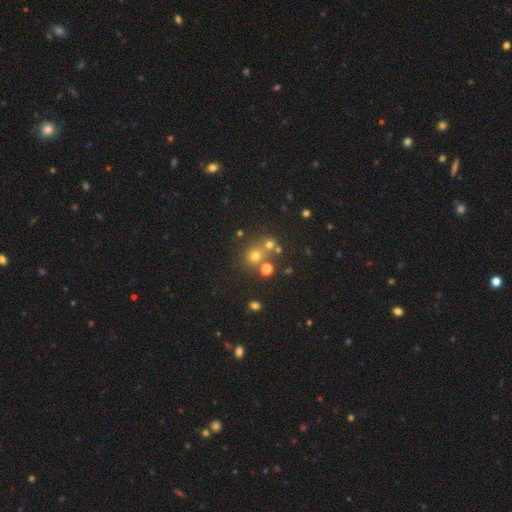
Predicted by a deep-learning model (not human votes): Overall: smooth (59%; star or artifact 28%). How rounded: round (85%). Merging: none (59%; merger 28%).